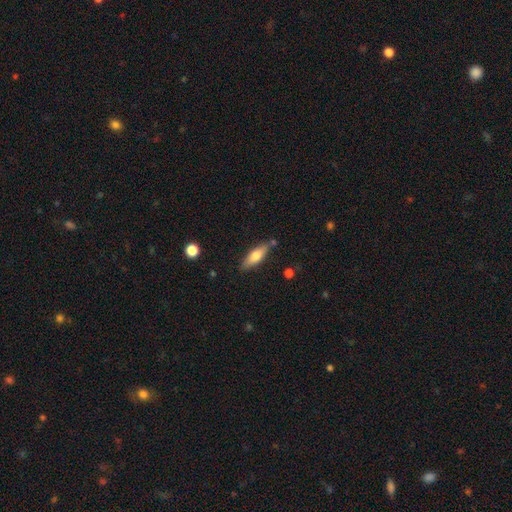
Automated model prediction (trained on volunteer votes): smooth 64%, featured or disk 30%, star or artifact 6%. Down the decision tree: how rounded — cigar-shaped (52%); merging — none (78%).